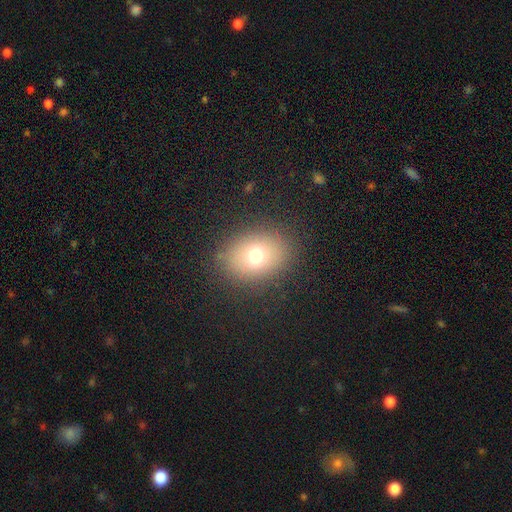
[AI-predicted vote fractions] This is likely a smooth galaxy (69%). How rounded: possibly in between (52%). Merging: clearly none (84%).